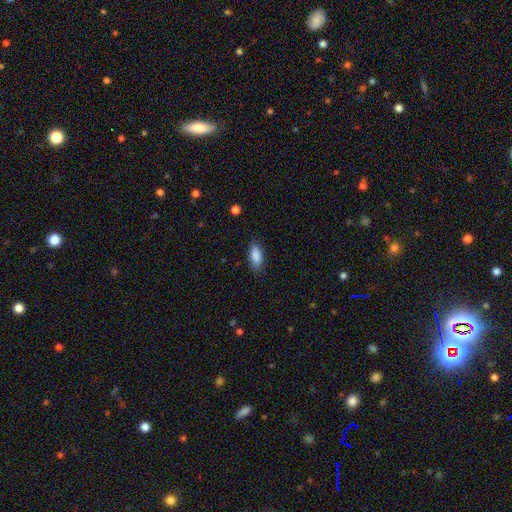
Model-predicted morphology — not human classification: Smooth or featured? Predicted: smooth (p=0.88). How rounded? Predicted: in between (p=0.84). Merging? Predicted: none (p=0.83).